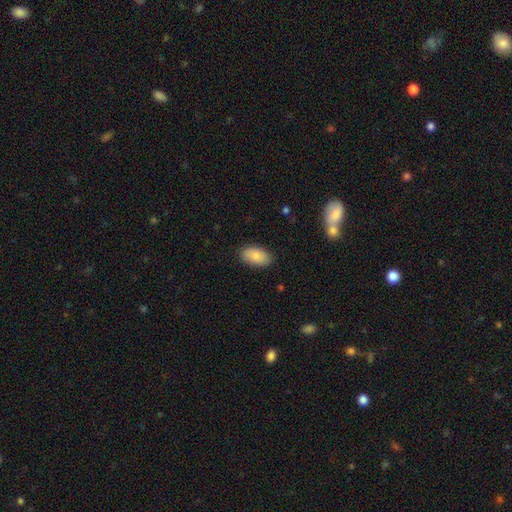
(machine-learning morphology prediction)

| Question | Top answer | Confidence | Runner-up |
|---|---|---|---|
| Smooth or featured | smooth | 87% | featured or disk (6%) |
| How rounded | in between | 94% | round (3%) |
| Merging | none | 87% | minor disturbance (10%) |